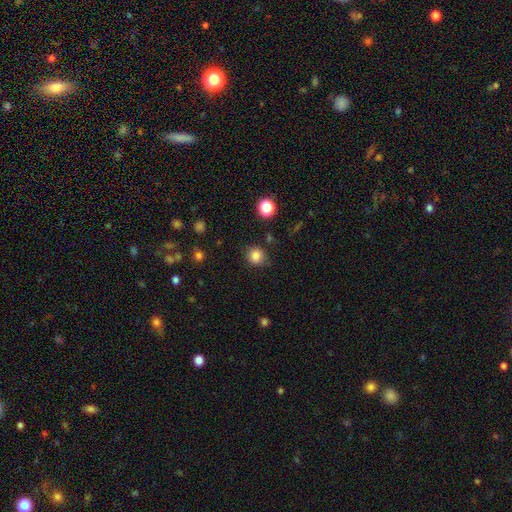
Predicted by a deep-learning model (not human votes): smooth_or_featured: smooth (p=0.83) [alt: star or artifact p=0.12]
how_rounded: round (p=0.85) [alt: in between p=0.14]
merging: none (p=0.81) [alt: minor disturbance p=0.13]